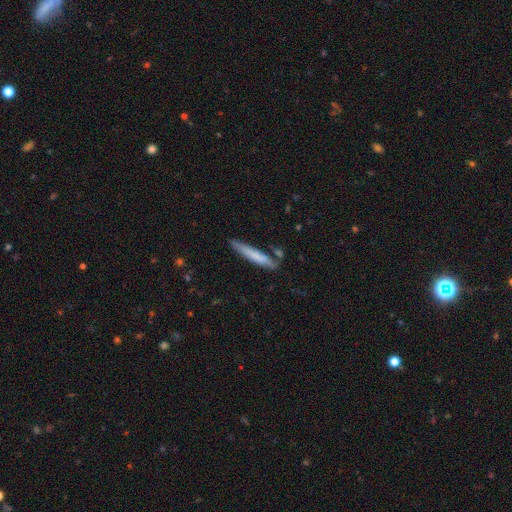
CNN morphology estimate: A smooth galaxy with no disk features (68%) that is cigar-shaped (94%). Merging: none (77%).